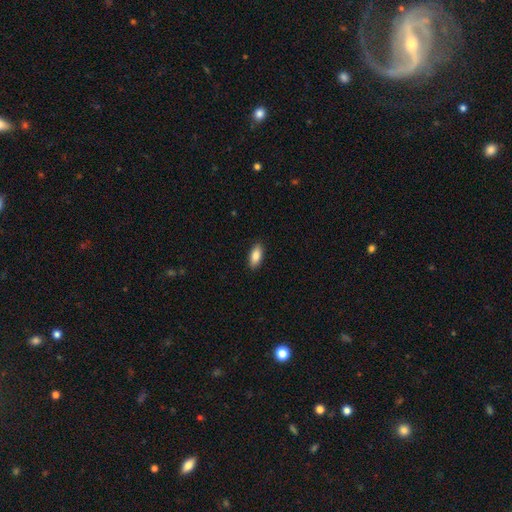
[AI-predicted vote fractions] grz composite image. It shows a smooth galaxy with no disk features (87%) that is in between round and cigar-shaped (87%). Merging: none (89%).